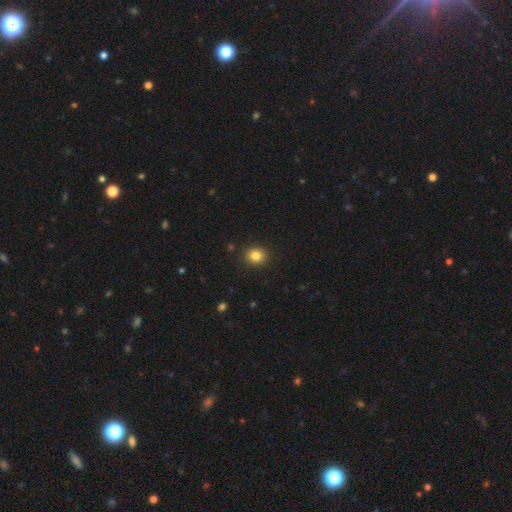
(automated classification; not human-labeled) Smooth or featured: smooth — 83% (star or artifact — 11%)
How rounded: round — 74% (in between — 25%)
Merging: none — 91% (minor disturbance — 6%)